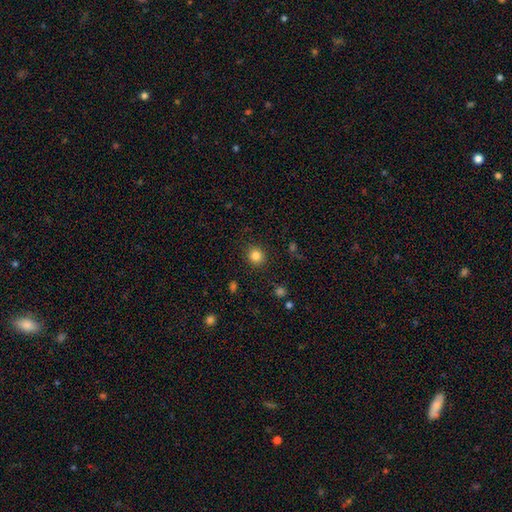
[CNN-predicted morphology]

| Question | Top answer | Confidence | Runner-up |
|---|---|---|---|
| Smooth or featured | smooth | 84% | star or artifact (11%) |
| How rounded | round | 87% | in between (12%) |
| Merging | none | 90% | minor disturbance (6%) |